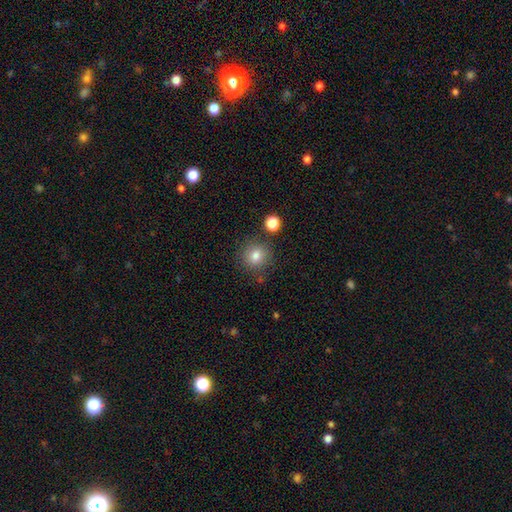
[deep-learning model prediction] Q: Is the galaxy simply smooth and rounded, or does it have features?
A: smooth — 81%.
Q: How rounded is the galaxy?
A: round — 90%.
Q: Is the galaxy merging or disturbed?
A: none — 82%.